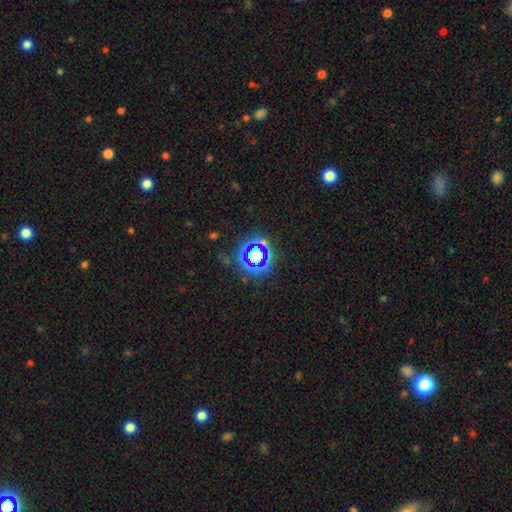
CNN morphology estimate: Smooth or featured? star or artifact (59%)